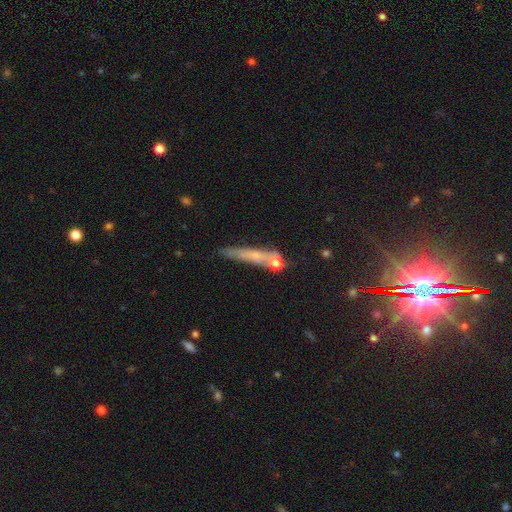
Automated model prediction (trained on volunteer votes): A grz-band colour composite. It shows a smooth galaxy with no disk features (52%) that is cigar-shaped (85%). Merging: none (64%).